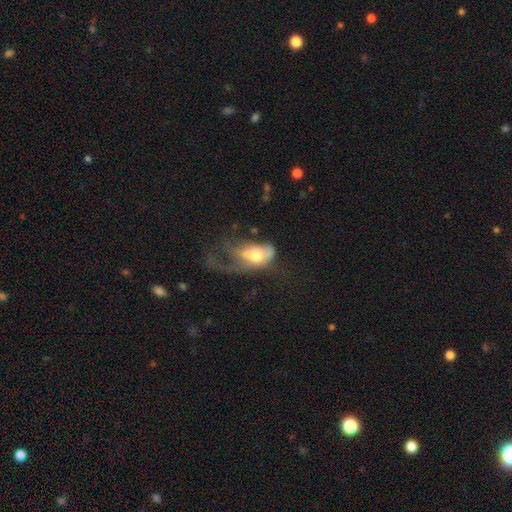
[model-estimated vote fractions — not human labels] Overall: featured or disk (48%; smooth 44%). Merging: major disturbance (64%).